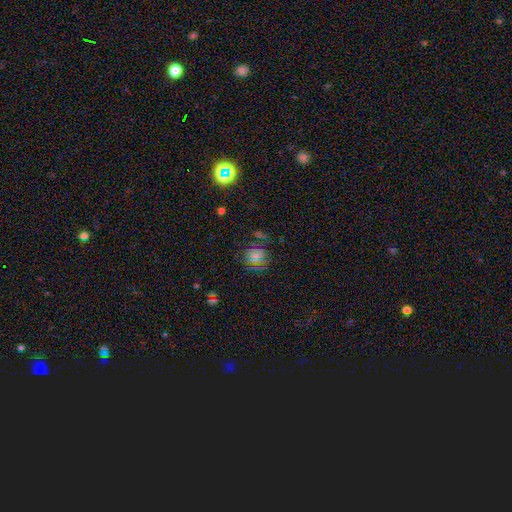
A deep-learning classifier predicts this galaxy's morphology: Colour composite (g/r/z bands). It shows a smooth galaxy with no disk features (43%). Merging: none (75%).